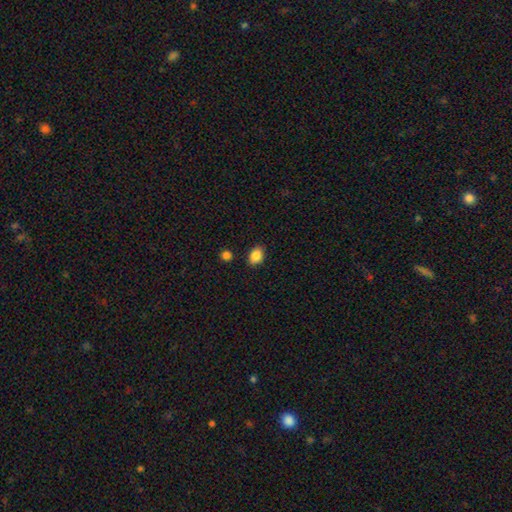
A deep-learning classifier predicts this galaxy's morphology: Smooth or featured?
  - smooth: 87% *
  - star or artifact: 9%
  - featured or disk: 4%
How rounded?
  - in between: 72% *
  - round: 27%
  - cigar-shaped: 1%
Merging?
  - none: 85% *
  - minor disturbance: 10%
  - merger: 3%
  - major disturbance: 2%